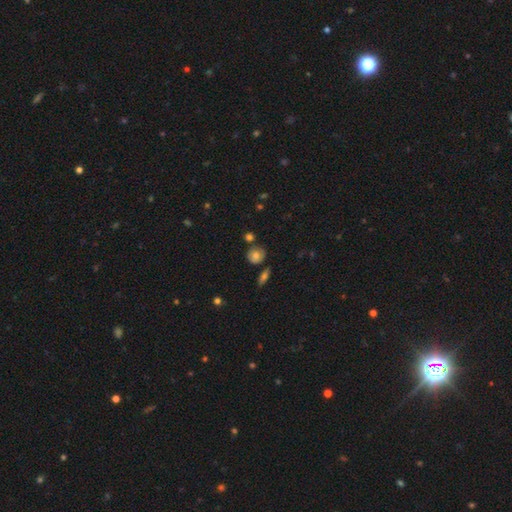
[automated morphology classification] This appears to be a smooth galaxy with no disk features (73%) that is round (83%). Merging: none (74%).